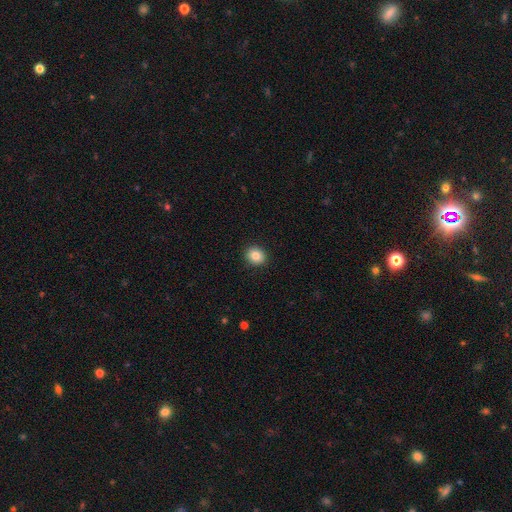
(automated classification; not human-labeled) smooth-or-featured: smooth: 85% | star or artifact: 10% | featured or disk: 6%
  how-rounded: round: 77% | in between: 22% | cigar-shaped: 1%
  merging: none: 92% | minor disturbance: 6% | major disturbance: 2% | merger: 1%